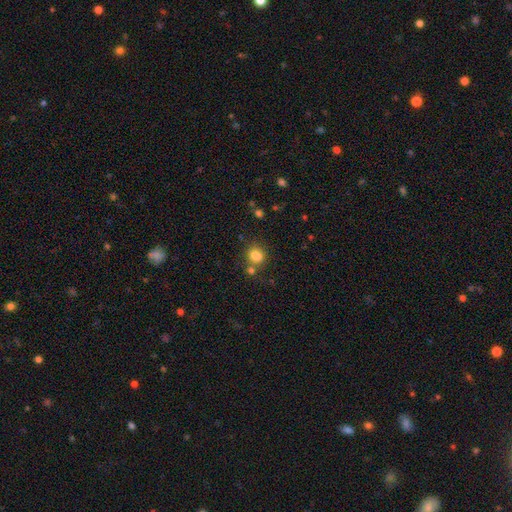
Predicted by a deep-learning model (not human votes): A smooth galaxy with no disk features (82%) that is round (63%). Merging: none (64%).